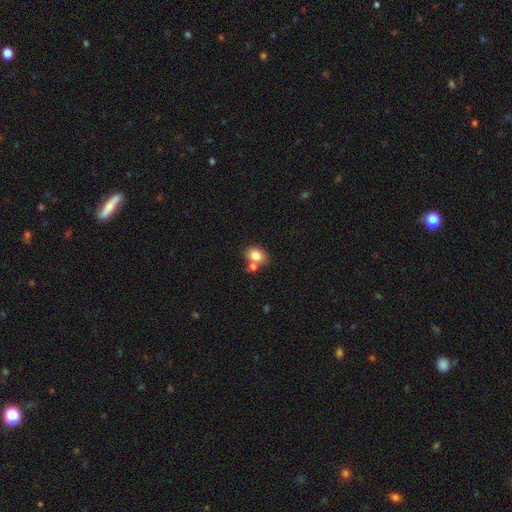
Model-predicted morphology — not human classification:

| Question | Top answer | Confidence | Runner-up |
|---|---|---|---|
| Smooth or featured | smooth | 81% | featured or disk (10%) |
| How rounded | in between | 58% | round (41%) |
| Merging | none | 56% | merger (28%) |